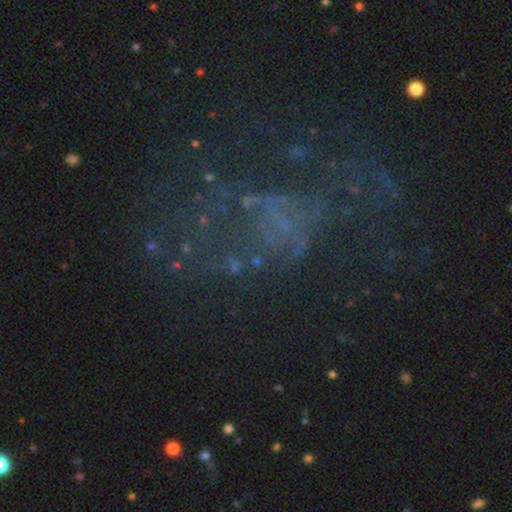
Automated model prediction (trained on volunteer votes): Smooth or featured? featured or disk (44%)
Merging? major disturbance (43%)